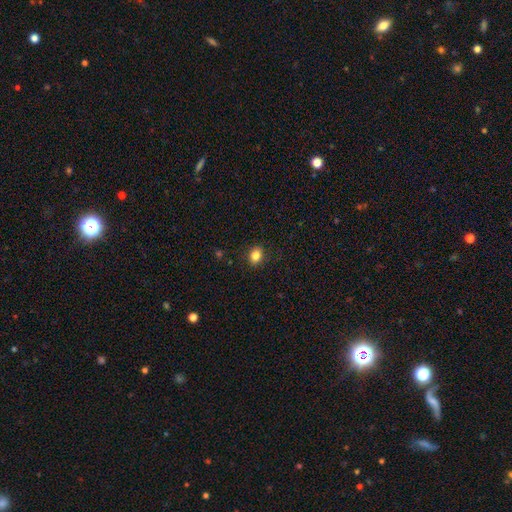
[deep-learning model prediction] This is clearly a smooth galaxy (84%). How rounded: possibly in between (53%). Merging: clearly none (89%).